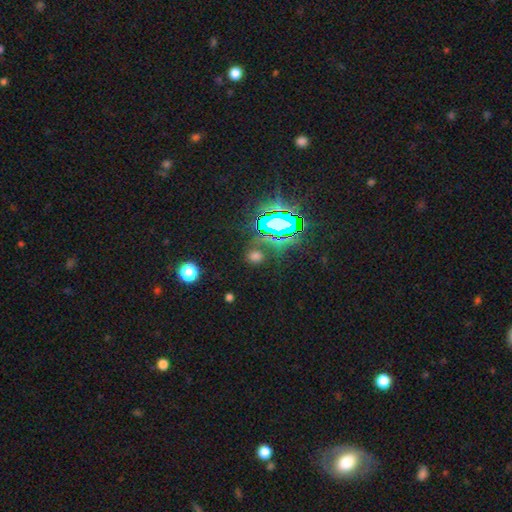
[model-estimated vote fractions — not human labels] The model was most divided on "smooth or featured": smooth: 48%, star or artifact: 45%, featured or disk: 7%. More confident: merging — none (80%).